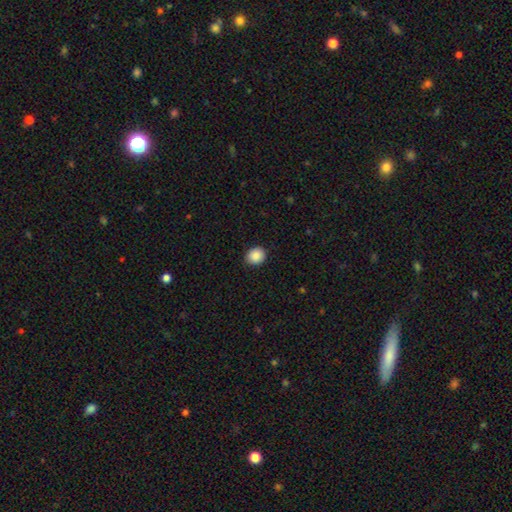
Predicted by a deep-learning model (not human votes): A smooth galaxy with no disk features (88%) that is round (77%).

Vote fractions:
- Smooth or featured? smooth: 88% / star or artifact: 8% / featured or disk: 3%
- How rounded? round: 77% / in between: 22% / cigar-shaped: 1%
- Merging? none: 90% / minor disturbance: 7% / major disturbance: 2% / merger: 1%